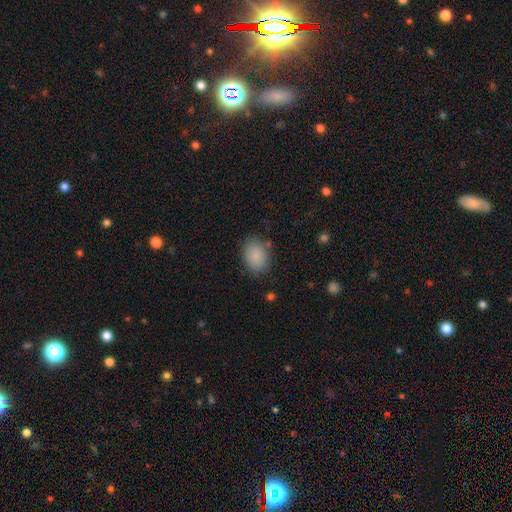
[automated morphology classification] Smooth or featured? Predicted: smooth (p=0.87). How rounded? Predicted: in between (p=0.69). Merging? Predicted: none (p=0.81).